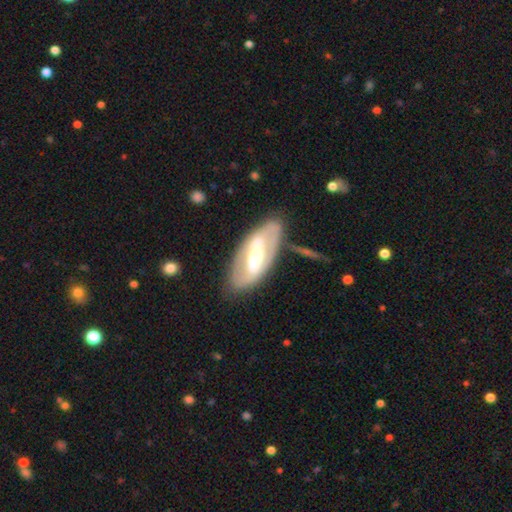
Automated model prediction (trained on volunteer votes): Smooth or featured? Predicted: featured or disk (p=0.73). Edge-on disk? Predicted: no (p=0.88). Bar? Predicted: strong (p=0.64). Spiral arms? Predicted: yes (p=0.55). Bulge size? Predicted: moderate (p=0.58). Merging? Predicted: none (p=0.72).